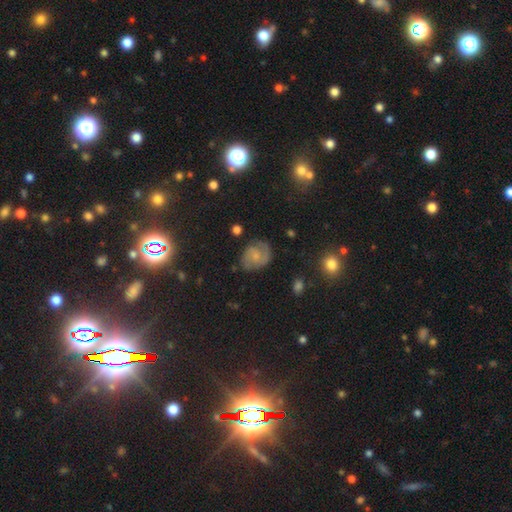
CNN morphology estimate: Overall: featured or disk (63%; smooth 27%). Edge-on disk: no (98%). Bar: no (53%; weak 40%). Spiral arms: yes (91%). Spiral arm count: 2 (82%). Spiral winding: medium (51%; tight 29%). Bulge size: small (46%; moderate 25%). Merging: none (72%).